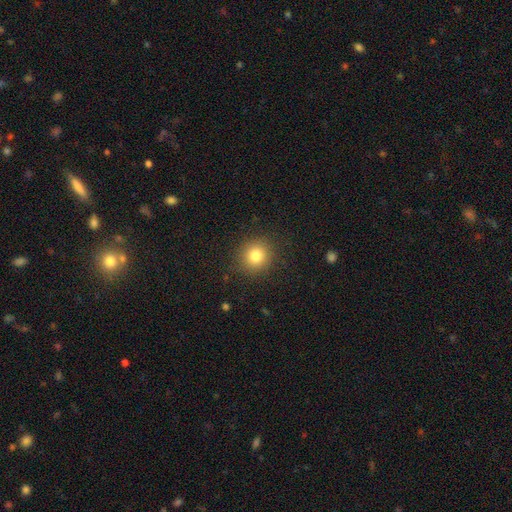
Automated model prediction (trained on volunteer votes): Morphology: type=smooth (81%); roundness=round (89%); merging=none (89%).